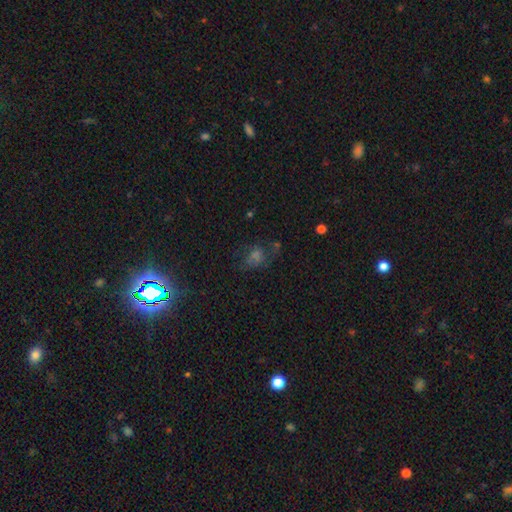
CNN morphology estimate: This appears to be a star or artifact, not a galaxy (46%).